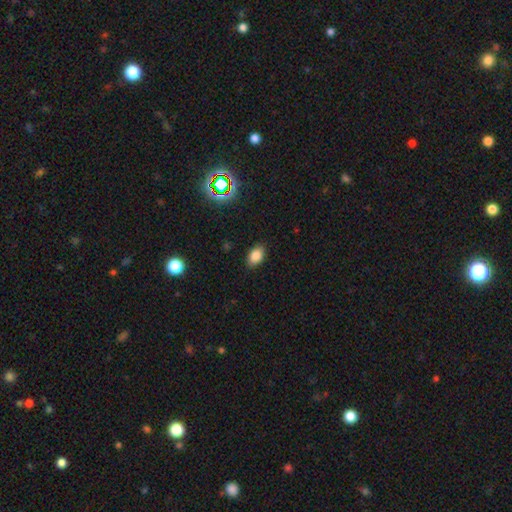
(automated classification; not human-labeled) Q: Smooth or featured?
A: smooth (84%); runner-up: star or artifact (10%)
Q: How rounded?
A: in between (87%); runner-up: round (11%)
Q: Merging?
A: none (87%); runner-up: minor disturbance (10%)